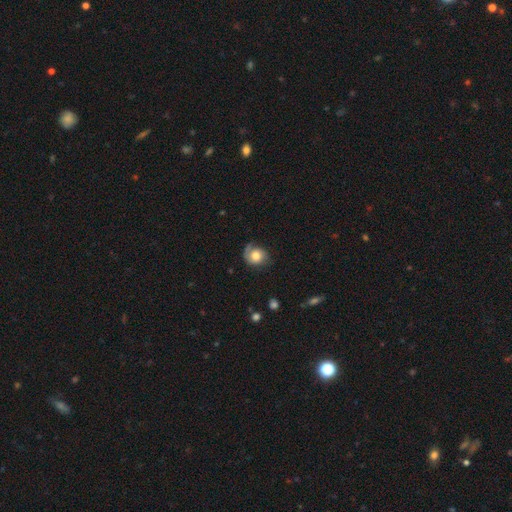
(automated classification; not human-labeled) The model was most divided on "smooth or featured": smooth: 51%, featured or disk: 41%, star or artifact: 8%. More confident: how rounded — round (69%); merging — none (58%).